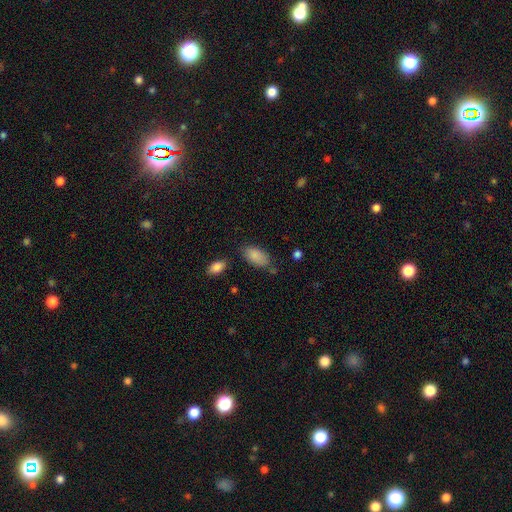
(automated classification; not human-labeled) This is clearly a smooth galaxy (87%). How rounded: clearly in between (93%). Merging: likely none (67%).